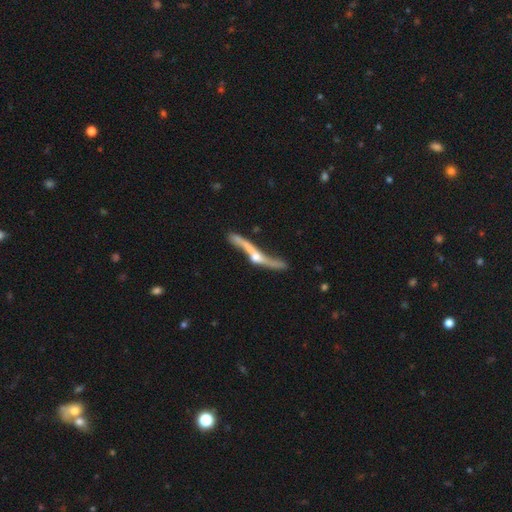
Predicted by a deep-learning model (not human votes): Smooth or featured? featured or disk (81%)
Edge-on disk? yes (77%)
Edge-on bulge? rounded (84%)
Merging? none (50%)